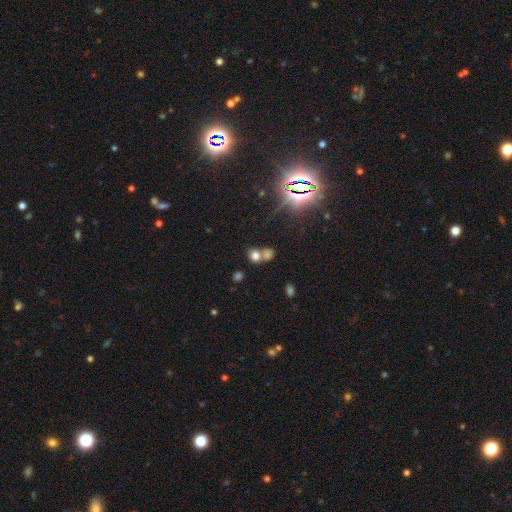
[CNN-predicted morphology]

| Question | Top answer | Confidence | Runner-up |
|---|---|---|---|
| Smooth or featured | smooth | 67% | star or artifact (22%) |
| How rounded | round | 63% | in between (35%) |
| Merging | merger | 49% | none (39%) |